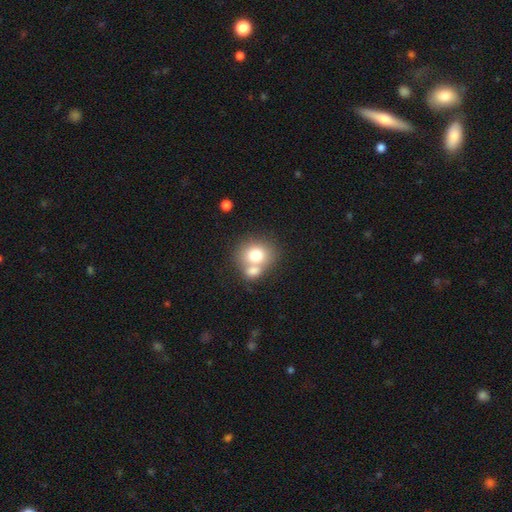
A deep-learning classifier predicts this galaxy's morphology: Smooth or featured: smooth — 73% (featured or disk — 17%)
How rounded: round — 70% (in between — 29%)
Merging: merger — 48% (none — 39%)